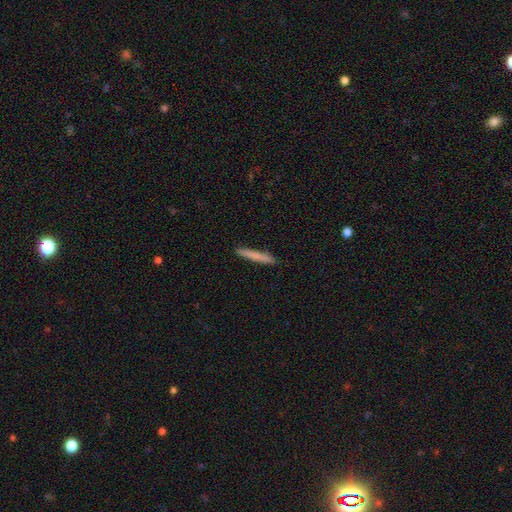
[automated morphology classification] smooth_or_featured: smooth (p=0.75) [alt: featured or disk p=0.19]
how_rounded: cigar-shaped (p=0.96) [alt: in between p=0.02]
merging: none (p=0.92) [alt: minor disturbance p=0.06]